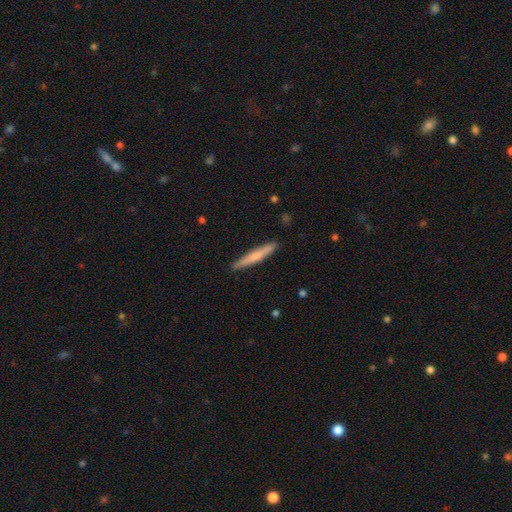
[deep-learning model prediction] A smooth galaxy with no disk features (63%) that is cigar-shaped (95%).

Vote fractions:
- Smooth or featured? smooth: 63% / featured or disk: 32% / star or artifact: 5%
- How rounded? cigar-shaped: 95% / in between: 3% / round: 1%
- Merging? none: 91% / minor disturbance: 7% / major disturbance: 1% / merger: 1%